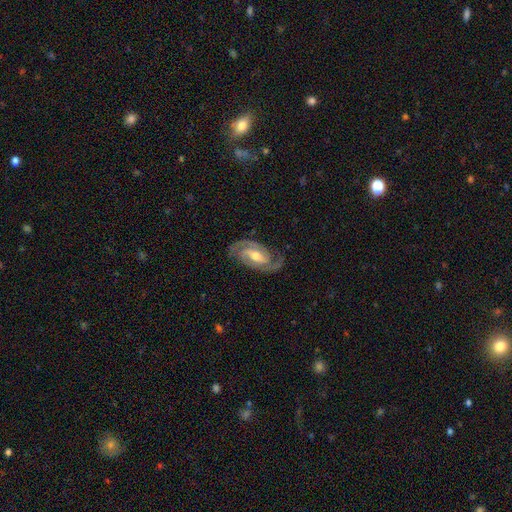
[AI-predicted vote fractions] A featured or disk galaxy (91%) with a weak bar (44%), 2 (91%) tight (49%) spiral arms (98%) and a moderate central bulge (67%).

Vote fractions:
- Smooth or featured? featured or disk: 91% / smooth: 5% / star or artifact: 4%
- Edge-on disk? no: 97% / yes: 3%
- Bar? weak: 44% / strong: 30% / no: 26%
- Spiral arms? yes: 98% / no: 2%
- Spiral winding? tight: 49% / medium: 44% / loose: 7%
- Spiral arm count? 2: 91% / 3: 3% / can't tell: 3% / 1: 1% / 4: 1% / more than 4: 1%
- Bulge size? moderate: 67% / small: 26% / large: 5% / none: 1% / dominant: 1%
- Merging? none: 82% / minor disturbance: 13% / major disturbance: 4% / merger: 1%